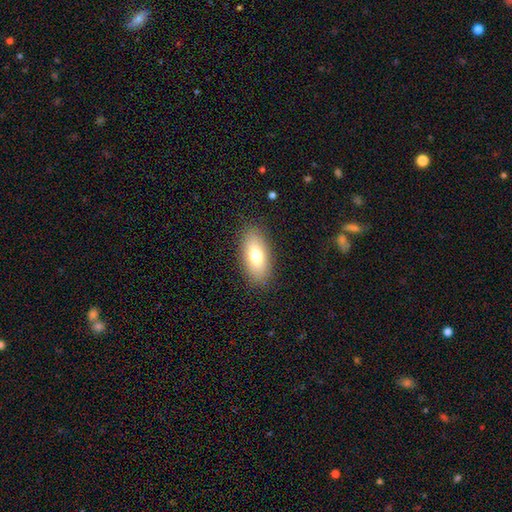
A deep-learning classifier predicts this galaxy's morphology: smooth_or_featured: smooth (p=0.72) [alt: featured or disk p=0.20]
how_rounded: in between (p=0.85) [alt: cigar-shaped p=0.11]
merging: none (p=0.88) [alt: minor disturbance p=0.08]